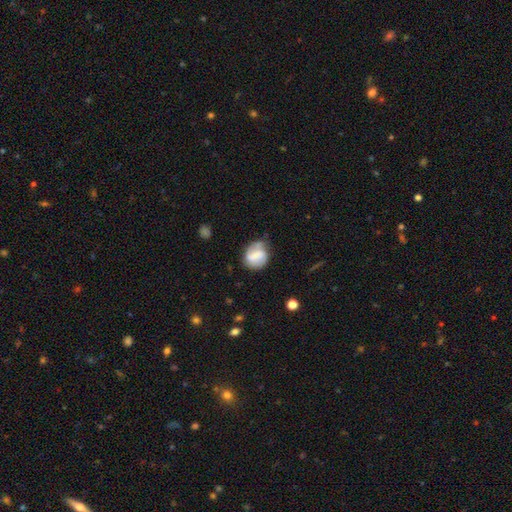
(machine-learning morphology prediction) smooth-or-featured: featured or disk: 50% | smooth: 43% | star or artifact: 7%
  merging: none: 58% | minor disturbance: 28% | major disturbance: 11% | merger: 4%